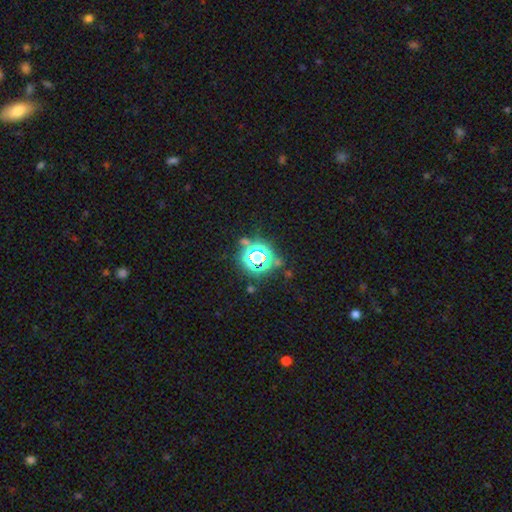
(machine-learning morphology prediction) Smooth or featured? Predicted: star or artifact (p=0.71).